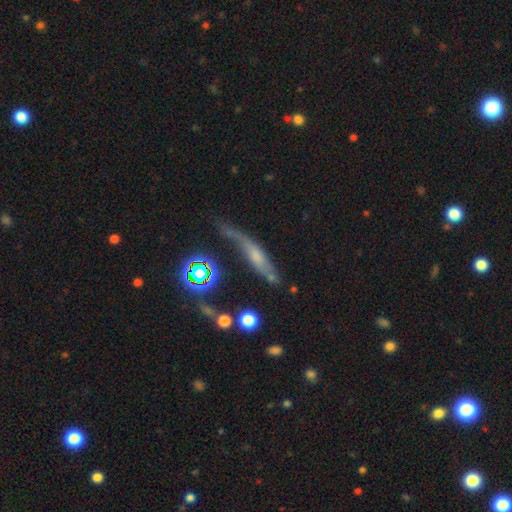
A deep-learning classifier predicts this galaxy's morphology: The model was most divided on "smooth or featured": featured or disk: 46%, smooth: 40%, star or artifact: 14%. Remaining: merging — none (42%).